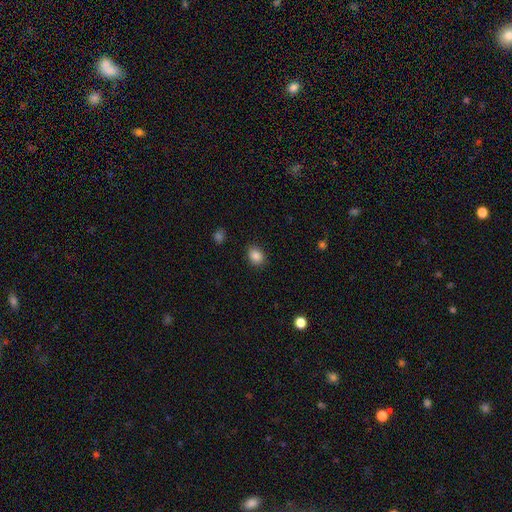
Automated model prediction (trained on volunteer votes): smooth 86%, star or artifact 10%, featured or disk 4%. Down the decision tree: how rounded — in between (56%); merging — none (86%).